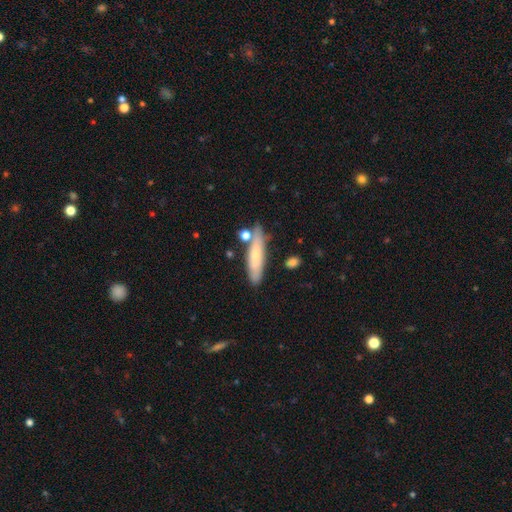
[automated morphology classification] The model was most divided on "smooth or featured": smooth: 64%, featured or disk: 29%, star or artifact: 7%. More confident: how rounded — cigar-shaped (78%); merging — none (75%).